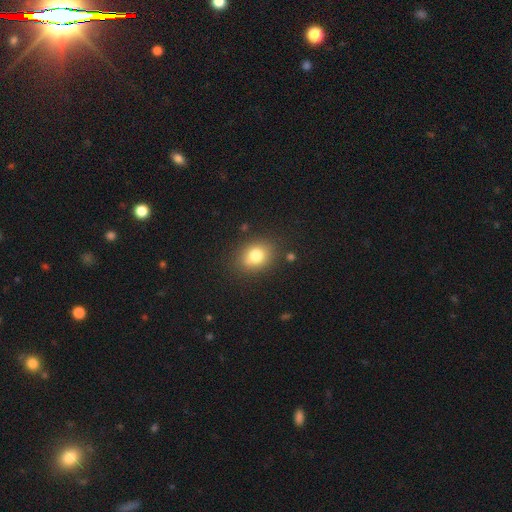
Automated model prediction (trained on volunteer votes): smooth-or-featured: smooth: 77% | star or artifact: 11% | featured or disk: 11%
  how-rounded: round: 51% | in between: 48% | cigar-shaped: 1%
  merging: none: 80% | minor disturbance: 12% | merger: 4% | major disturbance: 4%